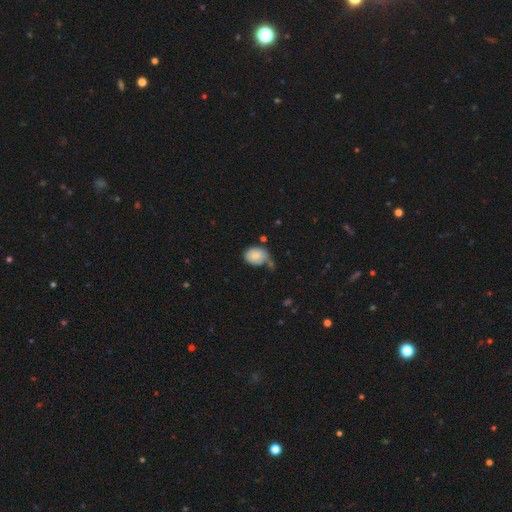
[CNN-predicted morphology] A smooth galaxy with no disk features (74%) that is in between round and cigar-shaped (61%). Merging: none (39%).